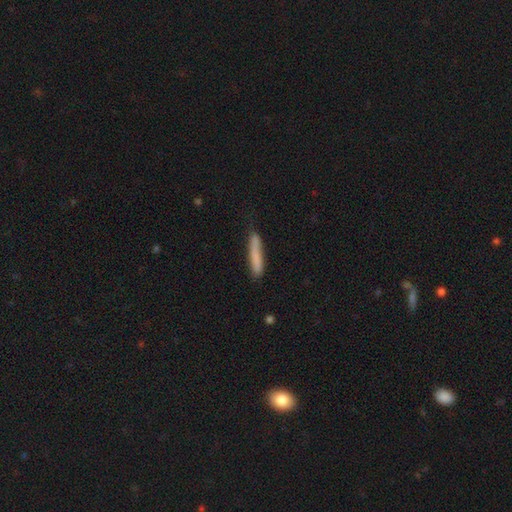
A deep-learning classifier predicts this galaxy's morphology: Smooth or featured?
  - smooth: 76% *
  - featured or disk: 17%
  - star or artifact: 7%
How rounded?
  - cigar-shaped: 93% *
  - in between: 6%
  - round: 1%
Merging?
  - none: 74% *
  - minor disturbance: 19%
  - major disturbance: 4%
  - merger: 2%